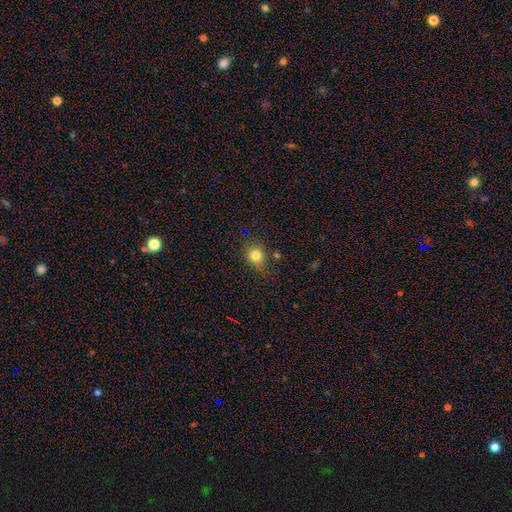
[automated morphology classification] smooth_or_featured: smooth (p=0.80) [alt: star or artifact p=0.13]
how_rounded: round (p=0.81) [alt: in between p=0.18]
merging: none (p=0.73) [alt: minor disturbance p=0.18]